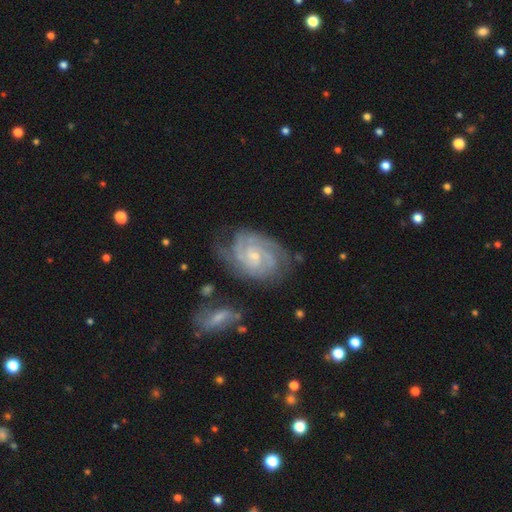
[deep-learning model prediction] Smooth or featured? Predicted: featured or disk (p=0.88). Edge-on disk? Predicted: no (p=0.97). Bar? Predicted: no (p=0.62). Spiral arms? Predicted: yes (p=0.97). Spiral winding? Predicted: tight (p=0.66). Spiral arm count? Predicted: 2 (p=0.34). Bulge size? Predicted: small (p=0.72). Merging? Predicted: none (p=0.66).